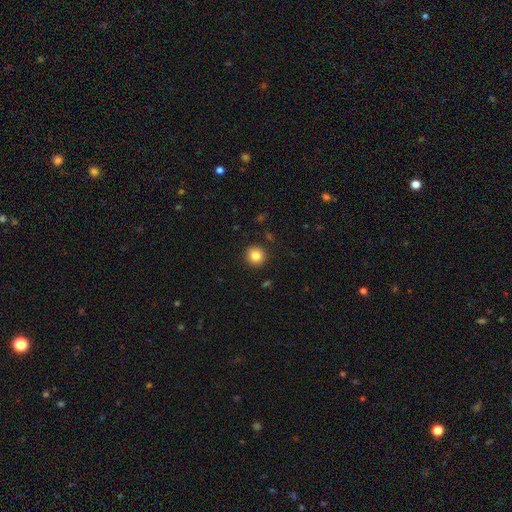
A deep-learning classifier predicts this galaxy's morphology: smooth-or-featured: smooth: 83% | star or artifact: 10% | featured or disk: 7%
  how-rounded: round: 94% | in between: 5% | cigar-shaped: 1%
  merging: none: 92% | minor disturbance: 5% | major disturbance: 2% | merger: 1%